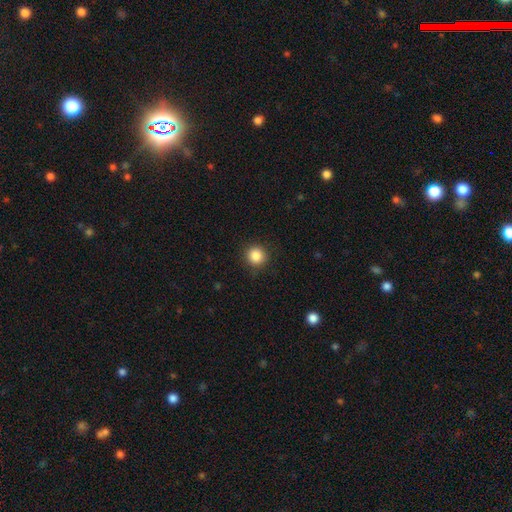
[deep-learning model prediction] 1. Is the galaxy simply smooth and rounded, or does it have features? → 86% smooth, 10% star or artifact, 4% featured or disk.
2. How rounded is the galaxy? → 94% round, 5% in between, 1% cigar-shaped.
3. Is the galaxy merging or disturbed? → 89% none, 7% minor disturbance, 2% major disturbance, 1% merger.